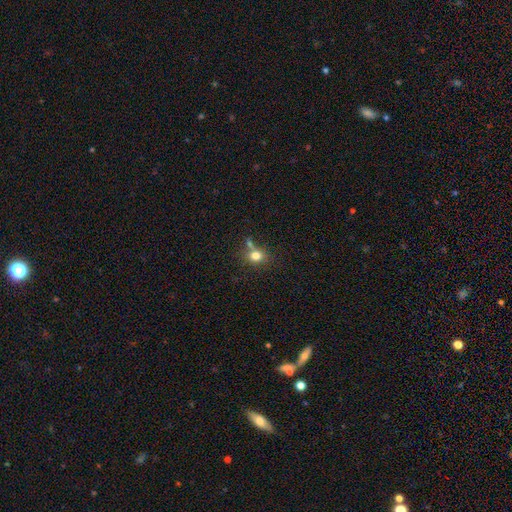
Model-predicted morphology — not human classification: A smooth galaxy with no disk features (77%) that is round (60%). Merging: none (56%).